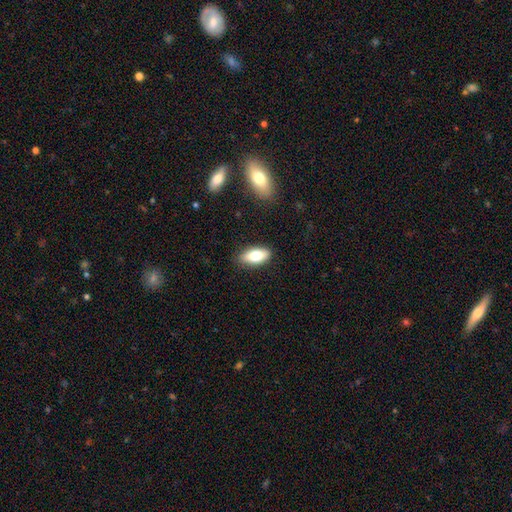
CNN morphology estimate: A smooth galaxy with no disk features (79%) that is in between round and cigar-shaped (88%).

Vote fractions:
- Smooth or featured? smooth: 79% / featured or disk: 14% / star or artifact: 7%
- How rounded? in between: 88% / cigar-shaped: 9% / round: 3%
- Merging? none: 86% / minor disturbance: 10% / major disturbance: 2% / merger: 1%